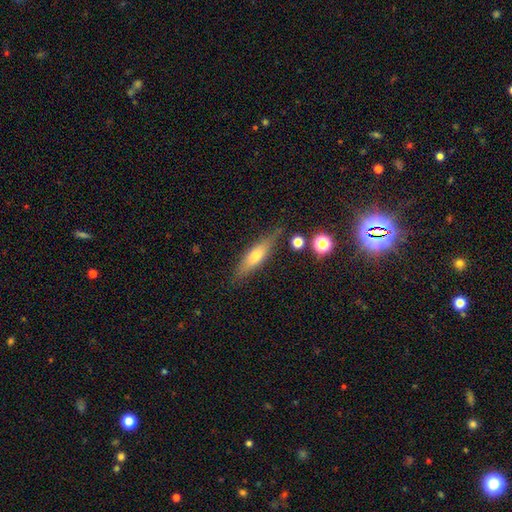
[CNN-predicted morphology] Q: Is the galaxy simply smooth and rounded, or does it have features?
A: smooth — 53%.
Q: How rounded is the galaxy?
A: cigar-shaped — 69%.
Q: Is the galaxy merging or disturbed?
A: none — 79%.